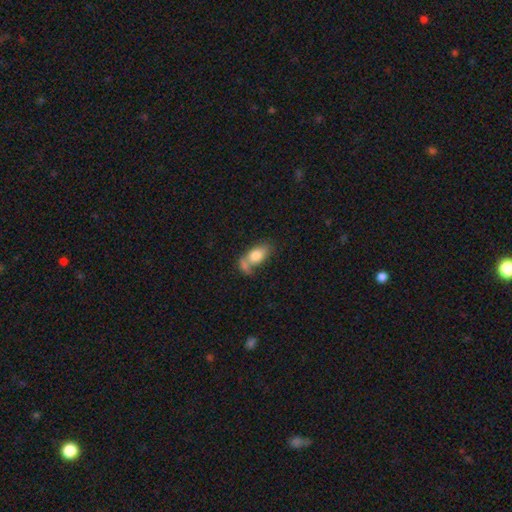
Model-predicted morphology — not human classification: Smooth or featured? smooth (77%)
How rounded? in between (87%)
Merging? merger (42%)